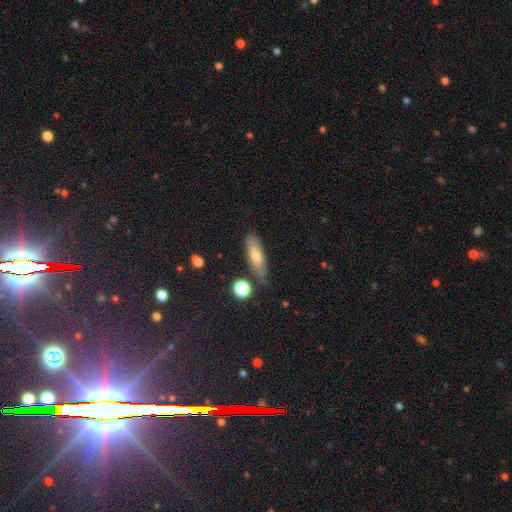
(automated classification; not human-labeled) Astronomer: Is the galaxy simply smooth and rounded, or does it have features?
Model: smooth — 60%.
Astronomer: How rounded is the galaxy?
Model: in between — 55% (runner-up: cigar-shaped, 41%).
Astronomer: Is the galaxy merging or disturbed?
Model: none — 69%.